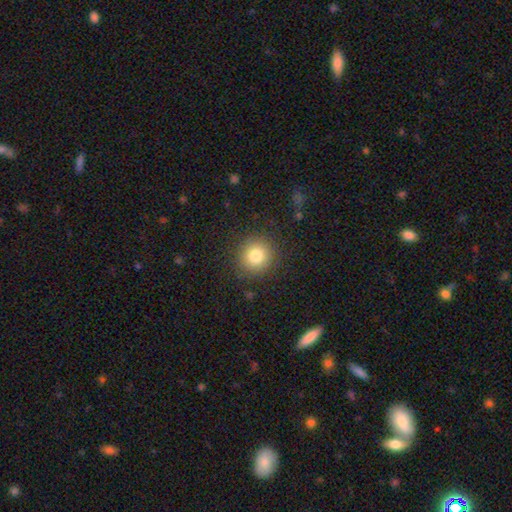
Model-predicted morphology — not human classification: Smooth or featured?
  - smooth: 81% *
  - star or artifact: 11%
  - featured or disk: 8%
How rounded?
  - round: 91% *
  - in between: 8%
  - cigar-shaped: 1%
Merging?
  - none: 89% *
  - minor disturbance: 7%
  - major disturbance: 3%
  - merger: 1%